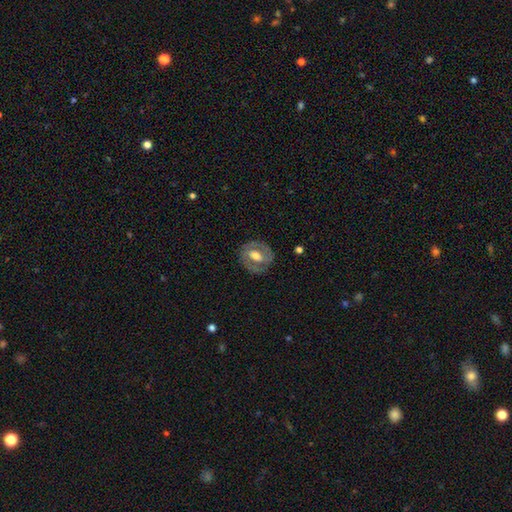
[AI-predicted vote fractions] This is likely a featured or disk galaxy (65%). It is clearly not viewed edge-on (95%). Bar: marginally weak (42%). Spiral arm pattern: possibly yes (58%). Central bulge: likely moderate (61%). Merging: likely none (80%).